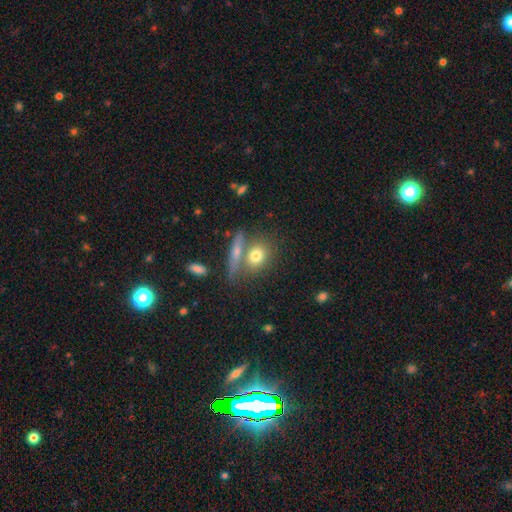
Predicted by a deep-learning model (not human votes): smooth-or-featured: smooth: 73% | featured or disk: 18% | star or artifact: 9%
  how-rounded: in between: 47% | round: 45% | cigar-shaped: 8%
  merging: none: 54% | merger: 30% | minor disturbance: 11% | major disturbance: 5%